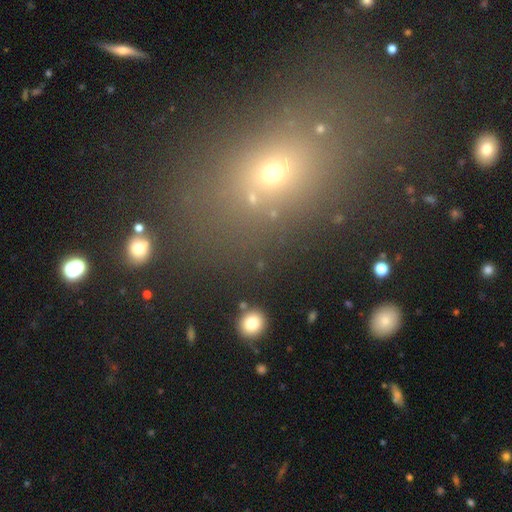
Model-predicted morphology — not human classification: A smooth galaxy with no disk features (51%) that is in between round and cigar-shaped (57%).

Vote fractions:
- Smooth or featured? smooth: 51% / star or artifact: 35% / featured or disk: 13%
- How rounded? in between: 57% / round: 39% / cigar-shaped: 4%
- Merging? none: 74% / minor disturbance: 11% / merger: 8% / major disturbance: 7%